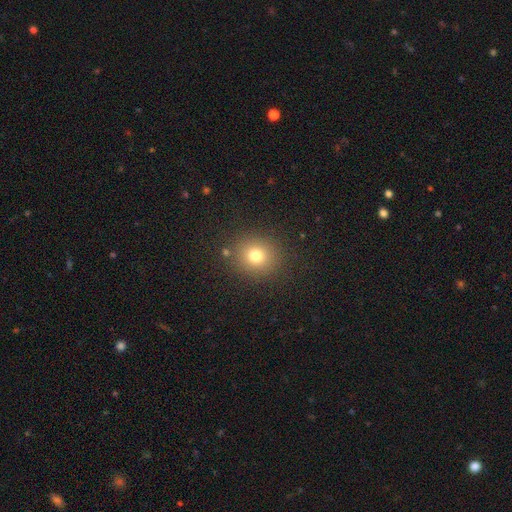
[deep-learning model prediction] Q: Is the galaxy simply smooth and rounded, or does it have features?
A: smooth — 75%.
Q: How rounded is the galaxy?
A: round — 86%.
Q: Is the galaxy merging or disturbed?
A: none — 87%.